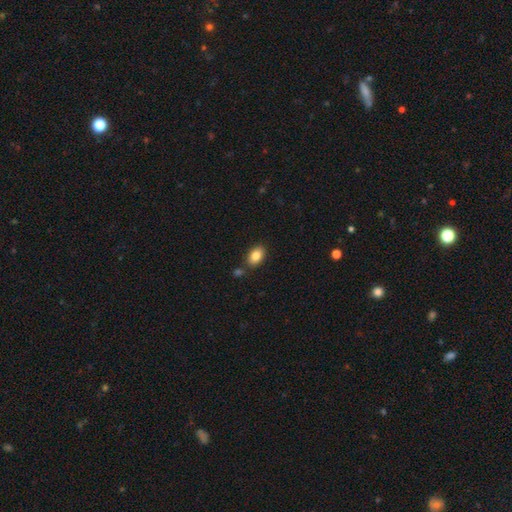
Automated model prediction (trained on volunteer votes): Morphology: type=smooth (86%); roundness=in between (88%); merging=none (80%).